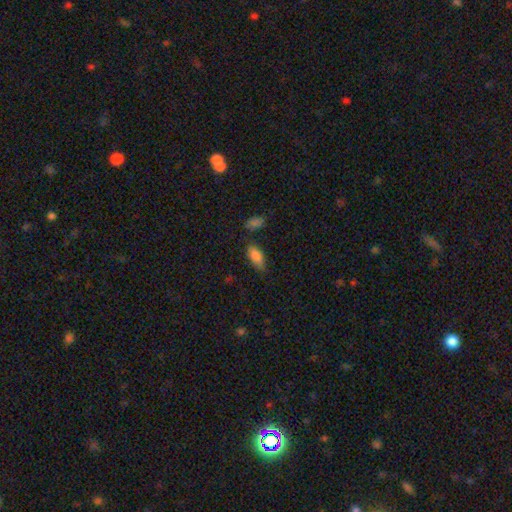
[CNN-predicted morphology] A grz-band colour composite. It shows a smooth galaxy with no disk features (84%) that is in between round and cigar-shaped (85%). Merging: none (70%).